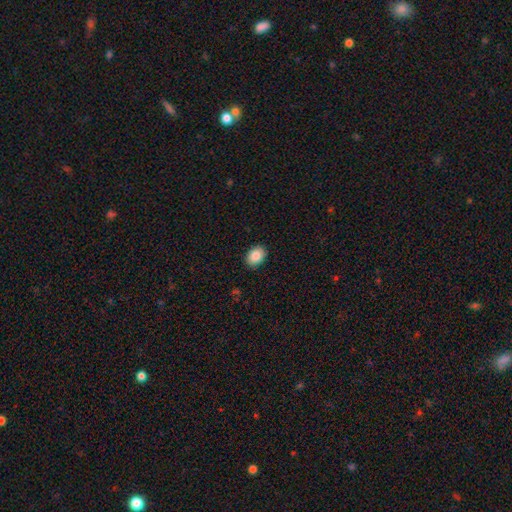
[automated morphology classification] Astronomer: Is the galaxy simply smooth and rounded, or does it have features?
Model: smooth — 86%.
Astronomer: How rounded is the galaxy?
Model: in between — 76%.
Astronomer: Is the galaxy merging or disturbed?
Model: none — 89%.